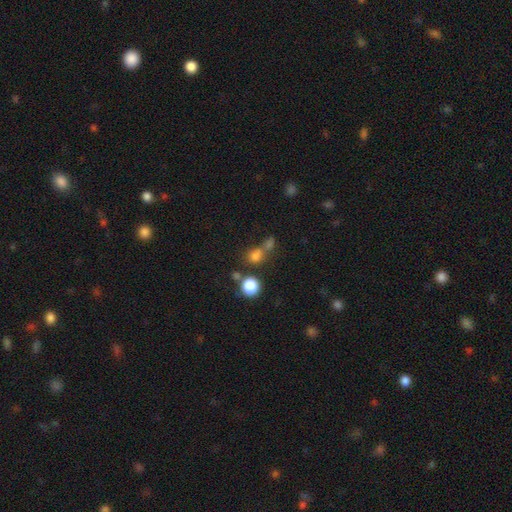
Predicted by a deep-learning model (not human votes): smooth_or_featured: smooth (p=0.74) [alt: star or artifact p=0.18]
how_rounded: round (p=0.74) [alt: in between p=0.24]
merging: none (p=0.49) [alt: merger p=0.35]